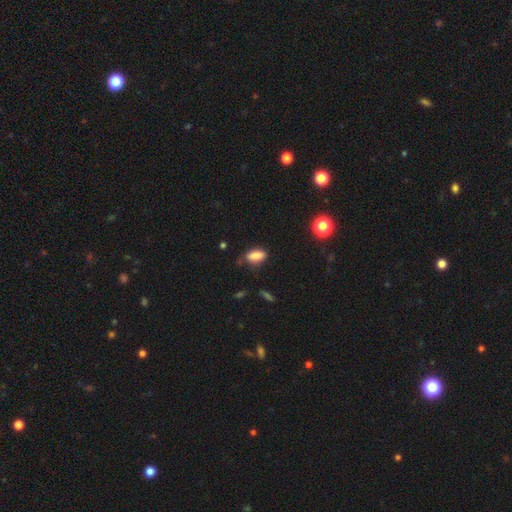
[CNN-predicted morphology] Smooth or featured: smooth — 84% (star or artifact — 9%)
How rounded: in between — 84% (cigar-shaped — 11%)
Merging: none — 58% (minor disturbance — 31%)